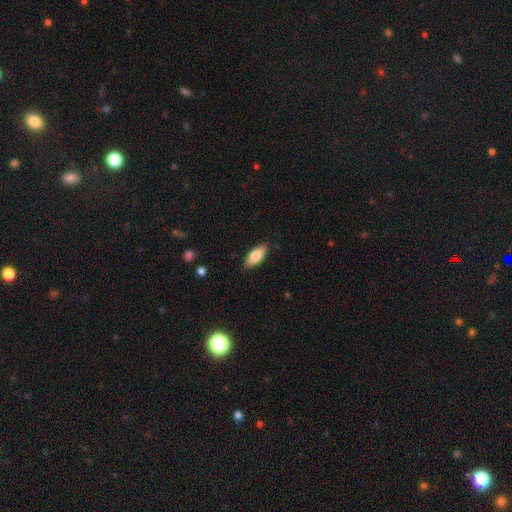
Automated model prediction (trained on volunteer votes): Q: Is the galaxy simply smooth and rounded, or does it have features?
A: smooth — 79%.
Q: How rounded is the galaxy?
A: in between — 79%.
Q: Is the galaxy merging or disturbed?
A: none — 87%.